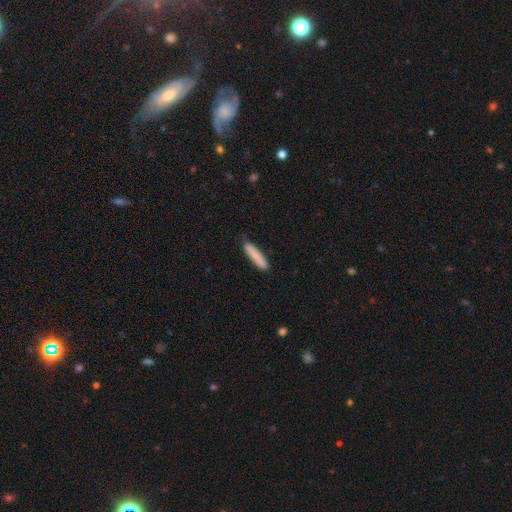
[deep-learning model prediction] A smooth galaxy with no disk features (84%) that is cigar-shaped (88%).

Vote fractions:
- Smooth or featured? smooth: 84% / featured or disk: 10% / star or artifact: 6%
- How rounded? cigar-shaped: 88% / in between: 11% / round: 1%
- Merging? none: 86% / minor disturbance: 11% / major disturbance: 2% / merger: 1%